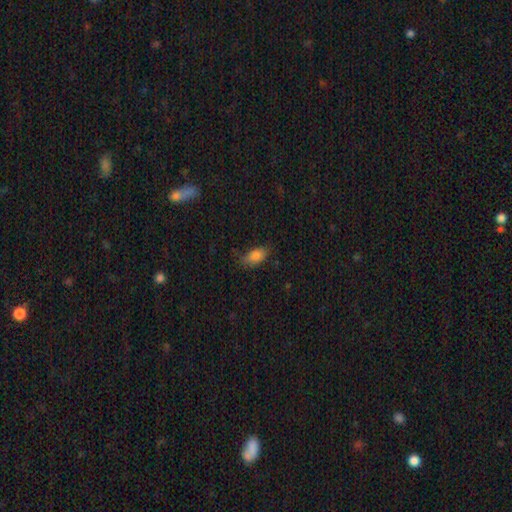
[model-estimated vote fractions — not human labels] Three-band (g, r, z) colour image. It shows a smooth galaxy with no disk features (83%) that is in between round and cigar-shaped (89%). Merging: none (66%).